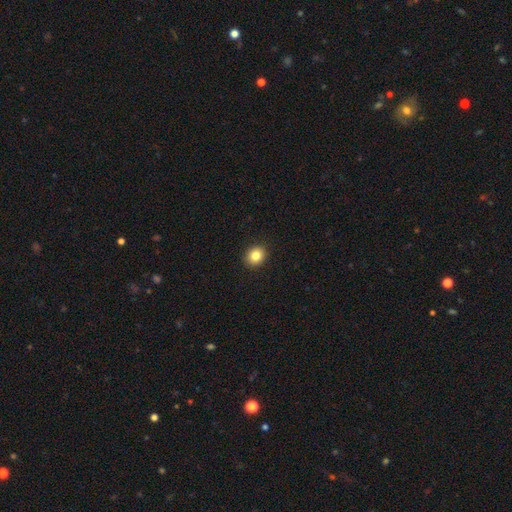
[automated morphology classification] smooth_or_featured: smooth (p=0.84) [alt: star or artifact p=0.10]
how_rounded: round (p=0.73) [alt: in between p=0.26]
merging: none (p=0.92) [alt: minor disturbance p=0.06]